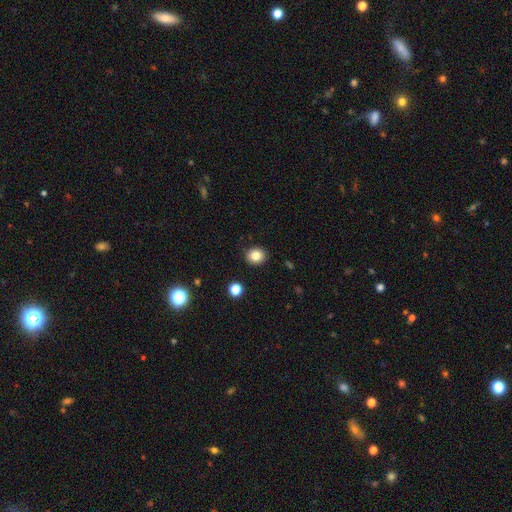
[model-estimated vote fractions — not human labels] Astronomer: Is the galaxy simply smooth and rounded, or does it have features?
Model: smooth — 82%.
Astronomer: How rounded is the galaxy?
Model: round — 80%.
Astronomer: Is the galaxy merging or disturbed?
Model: none — 91%.